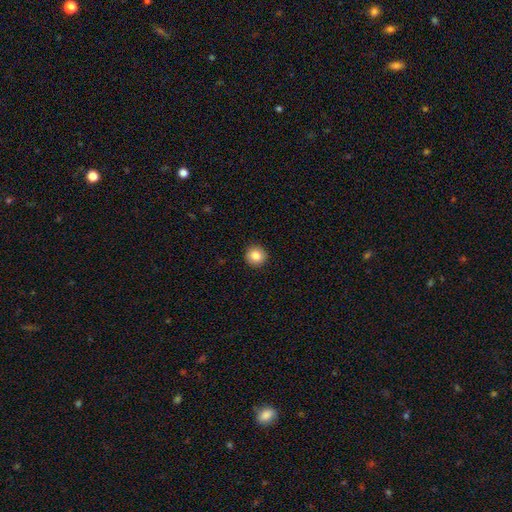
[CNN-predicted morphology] Overall: smooth (85%). How rounded: round (94%). Merging: none (92%).